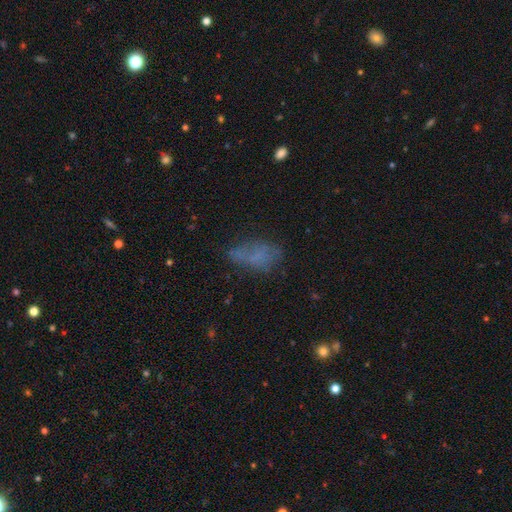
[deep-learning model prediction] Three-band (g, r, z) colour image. It shows a smooth galaxy with no disk features (58%) that is in between round and cigar-shaped (84%). Merging: none (46%).